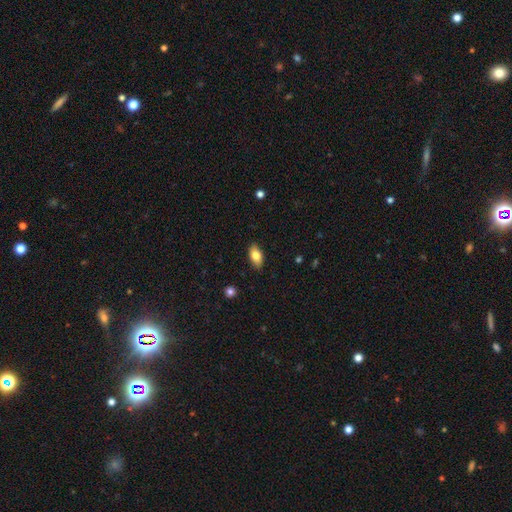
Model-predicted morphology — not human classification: Smooth or featured? Predicted: smooth (p=0.80). How rounded? Predicted: in between (p=0.90). Merging? Predicted: none (p=0.88).